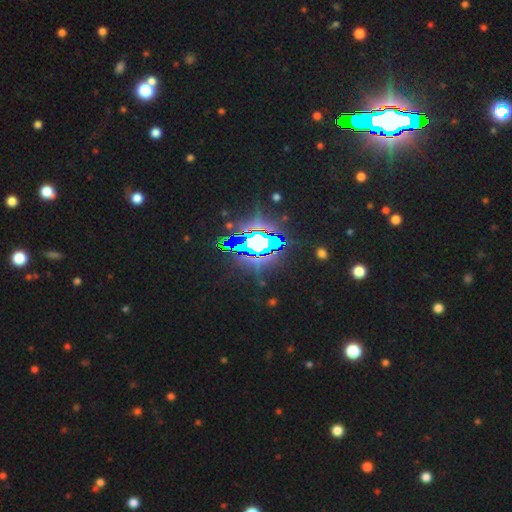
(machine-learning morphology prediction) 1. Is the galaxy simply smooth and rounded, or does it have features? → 84% star or artifact, 9% smooth, 7% featured or disk.